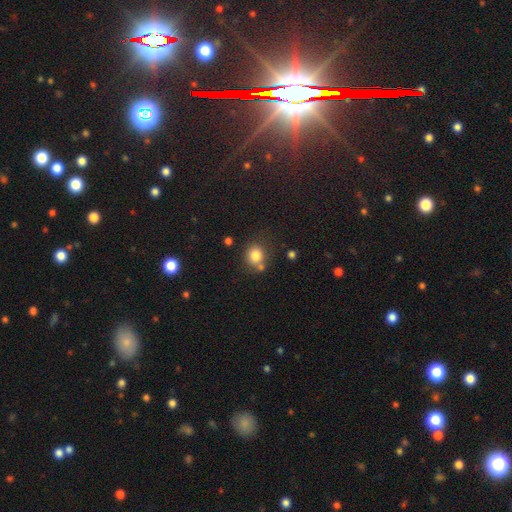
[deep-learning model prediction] Smooth or featured? smooth (81%)
How rounded? round (81%)
Merging? none (65%)